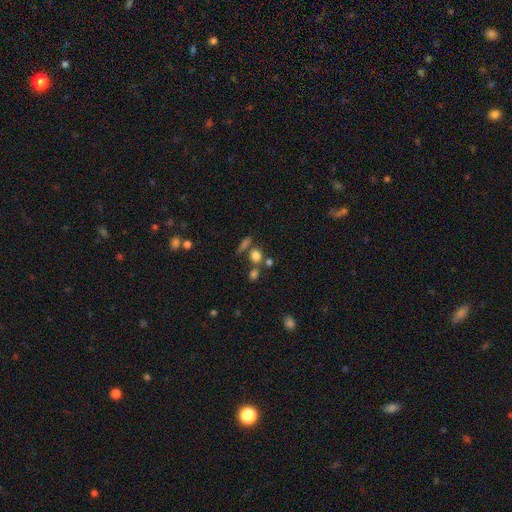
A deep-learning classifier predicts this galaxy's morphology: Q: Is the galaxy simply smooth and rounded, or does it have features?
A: smooth — 75%.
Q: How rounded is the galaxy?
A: round — 73%.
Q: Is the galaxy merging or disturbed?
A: none — 58%.